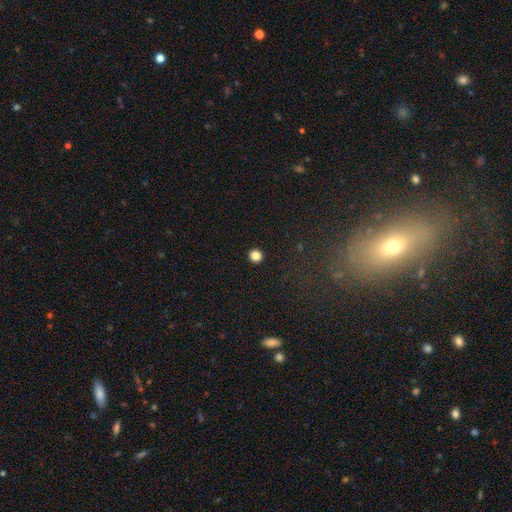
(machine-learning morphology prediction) A smooth galaxy with no disk features (84%) that is round (90%). Merging: none (93%).